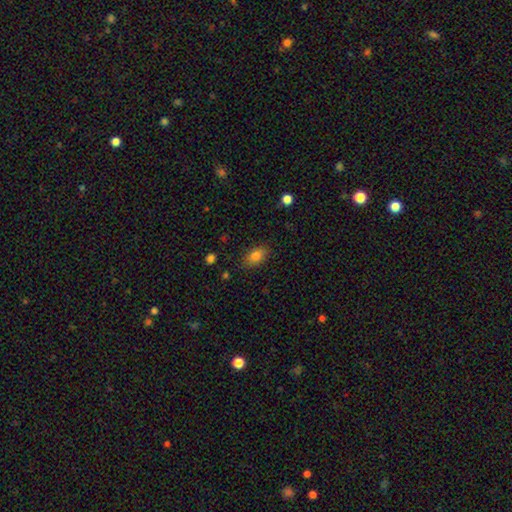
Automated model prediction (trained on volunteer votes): smooth-or-featured: smooth: 82% | star or artifact: 9% | featured or disk: 9%
  how-rounded: in between: 86% | round: 11% | cigar-shaped: 2%
  merging: none: 82% | minor disturbance: 13% | major disturbance: 3% | merger: 1%